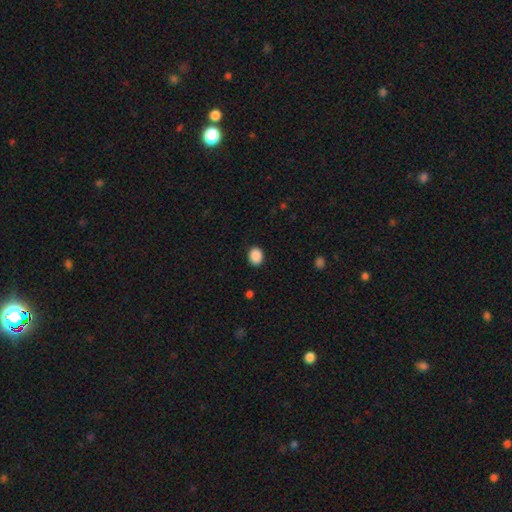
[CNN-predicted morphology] Smooth or featured: smooth — 89% (star or artifact — 8%)
How rounded: round — 52% (in between — 47%)
Merging: none — 90% (minor disturbance — 7%)